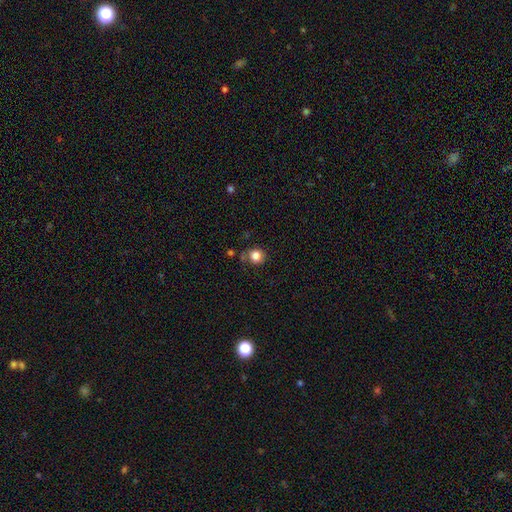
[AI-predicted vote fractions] Q: Smooth or featured?
A: smooth (83%); runner-up: star or artifact (11%)
Q: How rounded?
A: round (87%); runner-up: in between (12%)
Q: Merging?
A: none (74%); runner-up: minor disturbance (15%)